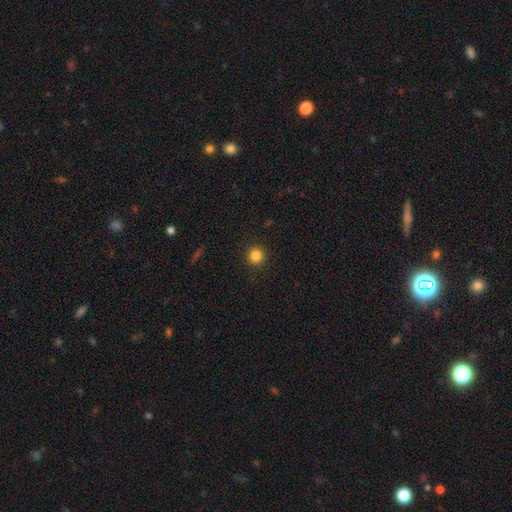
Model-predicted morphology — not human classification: The model was most divided on "smooth or featured": smooth: 84%, star or artifact: 12%, featured or disk: 4%. More confident: how rounded — round (93%); merging — none (92%).